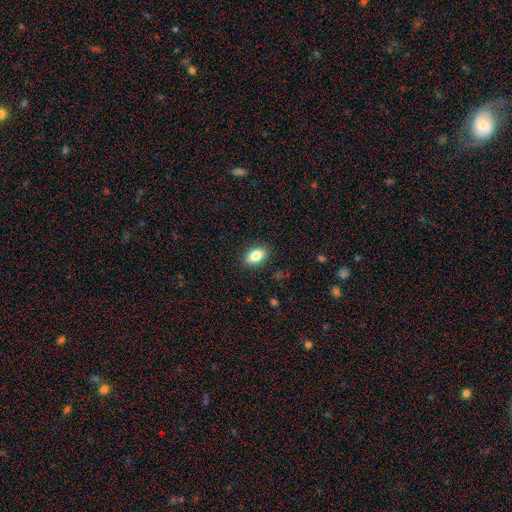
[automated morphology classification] Q: Smooth or featured?
A: smooth (82%); runner-up: featured or disk (10%)
Q: How rounded?
A: in between (87%); runner-up: round (9%)
Q: Merging?
A: none (88%); runner-up: minor disturbance (9%)